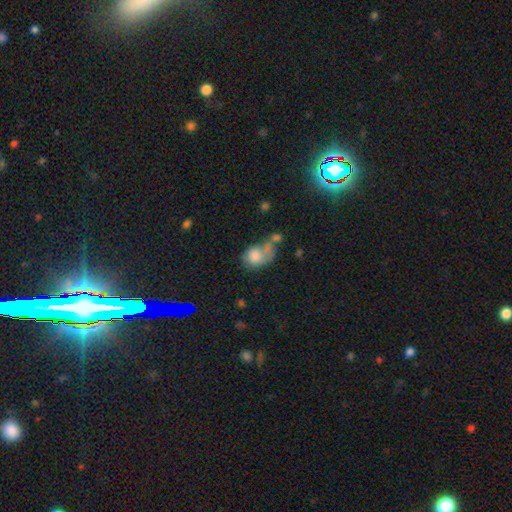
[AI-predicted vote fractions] Smooth or featured? smooth (73%)
How rounded? in between (56%)
Merging? merger (36%)